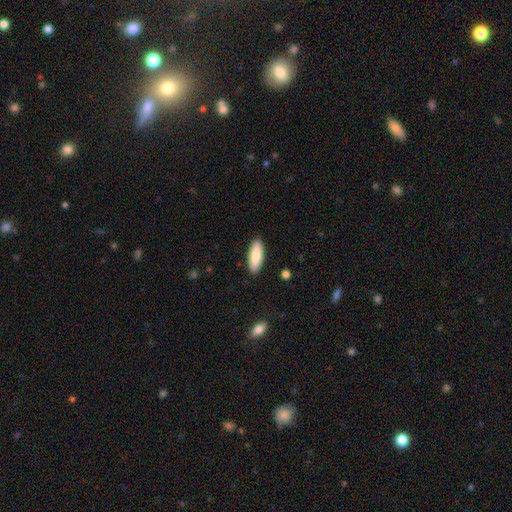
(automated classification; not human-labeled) smooth-or-featured: smooth: 81% | featured or disk: 13% | star or artifact: 6%
  how-rounded: in between: 69% | cigar-shaped: 29% | round: 2%
  merging: none: 89% | minor disturbance: 8% | major disturbance: 2% | merger: 1%